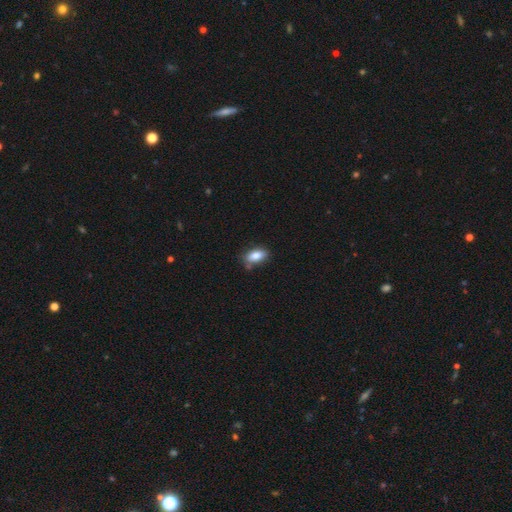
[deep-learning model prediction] Q: Smooth or featured?
A: smooth (83%); runner-up: featured or disk (9%)
Q: How rounded?
A: in between (88%); runner-up: cigar-shaped (7%)
Q: Merging?
A: none (71%); runner-up: minor disturbance (20%)